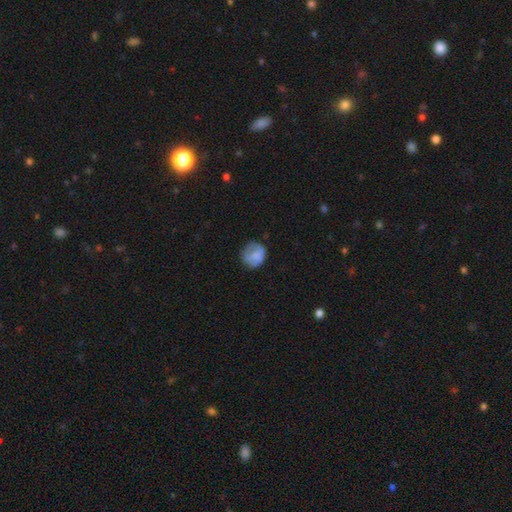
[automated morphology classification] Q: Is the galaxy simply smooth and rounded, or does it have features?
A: smooth — 71%.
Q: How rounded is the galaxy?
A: round — 84%.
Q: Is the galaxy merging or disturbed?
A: none — 69%.